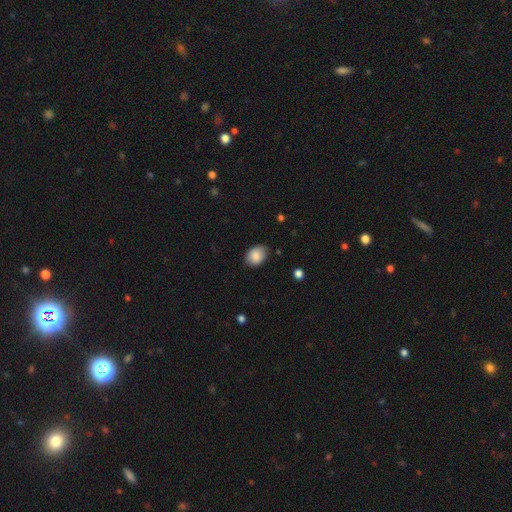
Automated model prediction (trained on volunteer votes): smooth_or_featured: smooth (p=0.85) [alt: star or artifact p=0.08]
how_rounded: in between (p=0.71) [alt: round p=0.28]
merging: none (p=0.81) [alt: minor disturbance p=0.16]